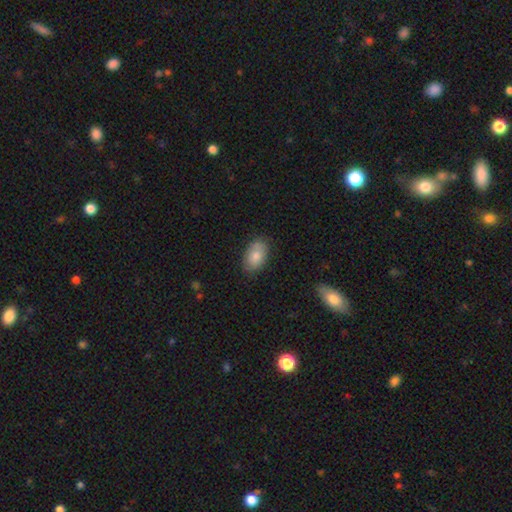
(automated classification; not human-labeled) The model was most divided on "merging": none: 80%, minor disturbance: 15%, major disturbance: 3%, merger: 1%. More confident: how rounded — in between (92%); smooth or featured — smooth (83%).